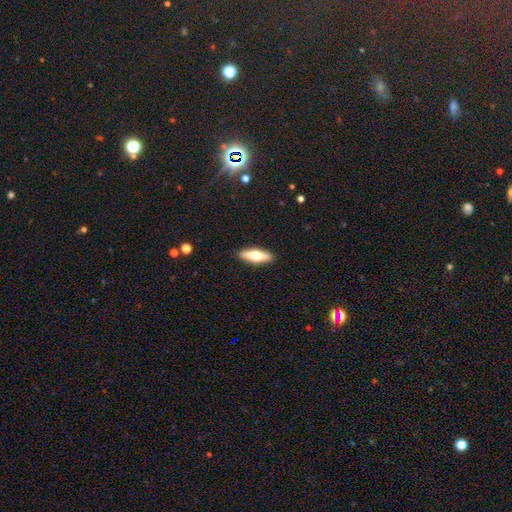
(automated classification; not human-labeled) A smooth galaxy with no disk features (53%) that is cigar-shaped (49%). Merging: none (91%).